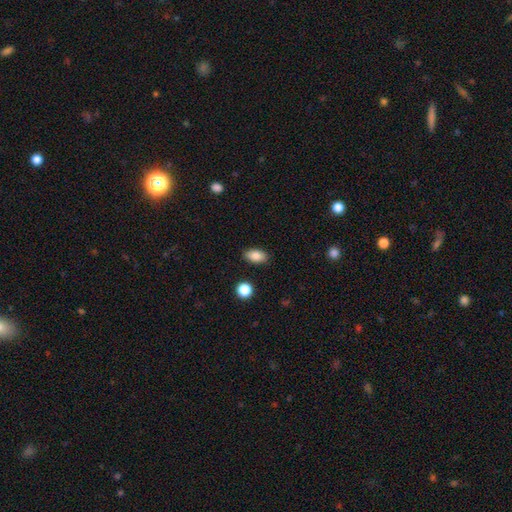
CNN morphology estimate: The model was most divided on "smooth or featured": smooth: 85%, star or artifact: 8%, featured or disk: 7%. More confident: how rounded — in between (89%); merging — none (88%).